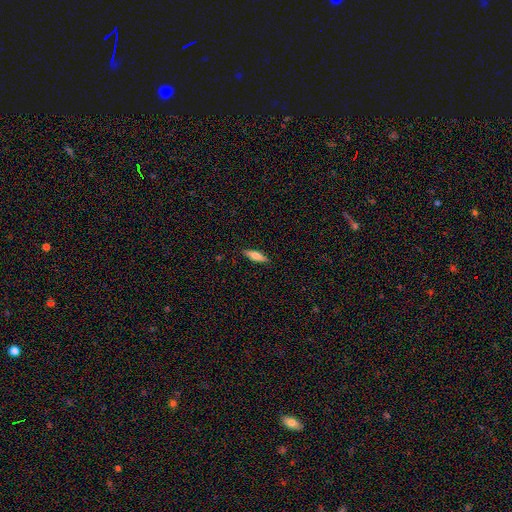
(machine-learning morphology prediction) Smooth or featured: smooth — 71% (featured or disk — 23%)
How rounded: cigar-shaped — 52% (in between — 46%)
Merging: none — 88% (minor disturbance — 9%)